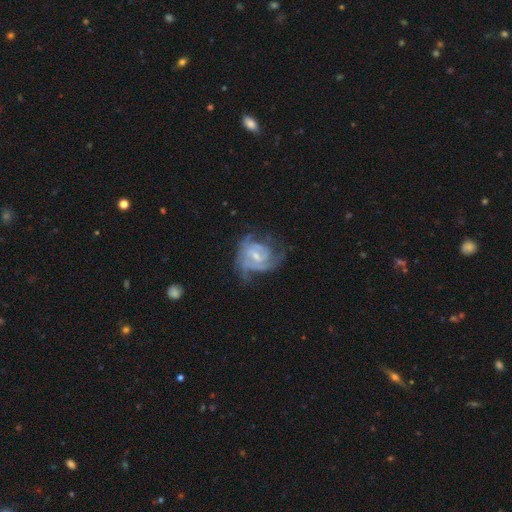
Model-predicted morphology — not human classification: Smooth or featured? featured or disk (81%)
Edge-on disk? no (98%)
Bar? weak (54%)
Spiral arms? yes (89%)
Spiral winding? tight (48%)
Spiral arm count? can't tell (33%)
Bulge size? small (53%)
Merging? none (46%)